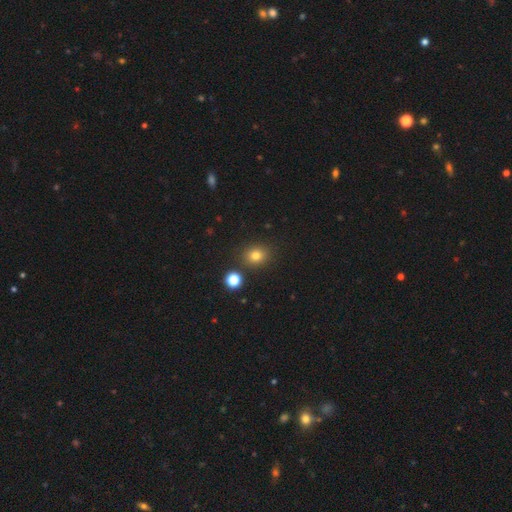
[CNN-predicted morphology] smooth-or-featured: smooth: 78% | star or artifact: 15% | featured or disk: 7%
  how-rounded: round: 70% | in between: 29% | cigar-shaped: 1%
  merging: none: 84% | minor disturbance: 8% | merger: 5% | major disturbance: 3%